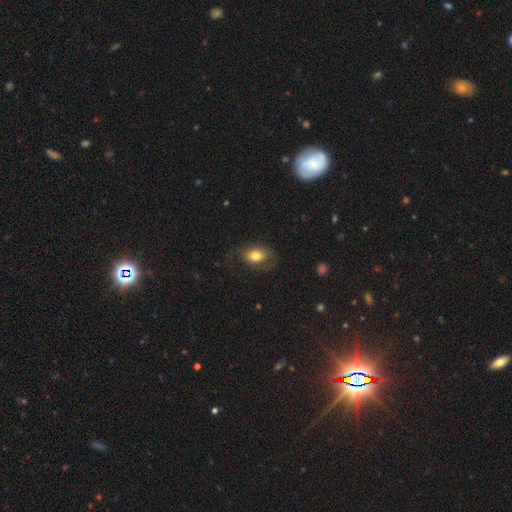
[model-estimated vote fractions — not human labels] A smooth galaxy with no disk features (71%) that is in between round and cigar-shaped (81%).

Vote fractions:
- Smooth or featured? smooth: 71% / featured or disk: 21% / star or artifact: 8%
- How rounded? in between: 81% / round: 17% / cigar-shaped: 2%
- Merging? none: 62% / minor disturbance: 21% / major disturbance: 16% / merger: 1%